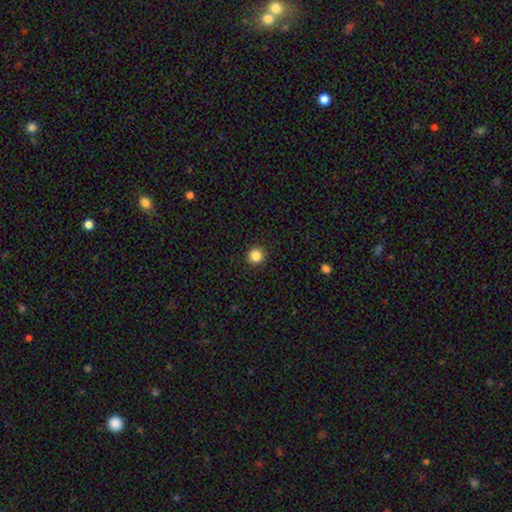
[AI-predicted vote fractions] Morphology: type=smooth (85%); roundness=round (96%); merging=none (93%).